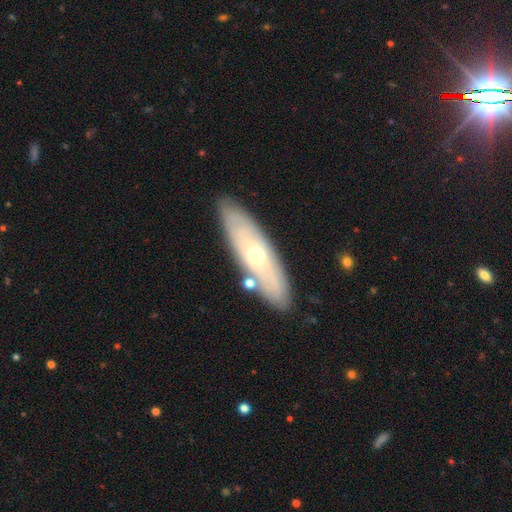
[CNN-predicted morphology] This is possibly a featured or disk galaxy (55%). It is likely not viewed edge-on (61%). Merging: clearly none (83%).